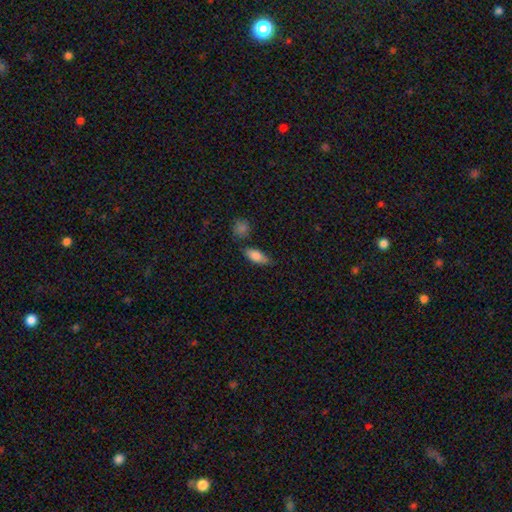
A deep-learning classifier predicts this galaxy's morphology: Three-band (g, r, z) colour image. It shows a smooth galaxy with no disk features (81%) that is in between round and cigar-shaped (77%). Merging: none (72%).